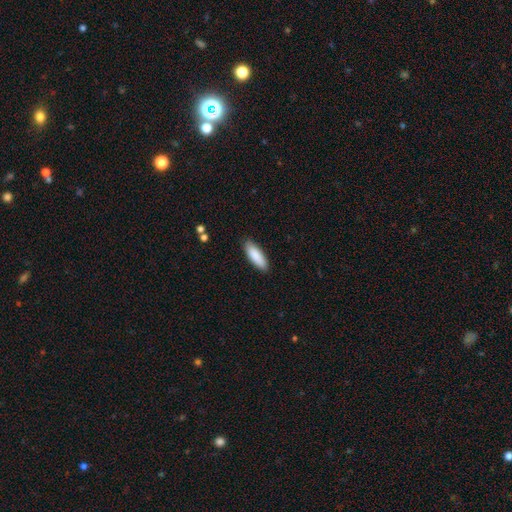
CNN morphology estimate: Smooth or featured?
  - smooth: 88% *
  - featured or disk: 7%
  - star or artifact: 6%
How rounded?
  - in between: 64% *
  - cigar-shaped: 35%
  - round: 1%
Merging?
  - none: 87% *
  - minor disturbance: 10%
  - major disturbance: 2%
  - merger: 1%